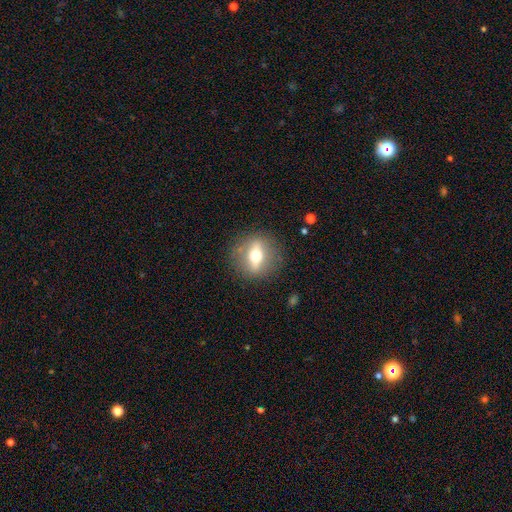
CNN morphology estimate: A featured or disk galaxy (51%).

Vote fractions:
- Smooth or featured? featured or disk: 51% / smooth: 40% / star or artifact: 9%
- Edge-on disk? no: 51% / yes: 49%
- Merging? none: 84% / minor disturbance: 10% / major disturbance: 5% / merger: 1%